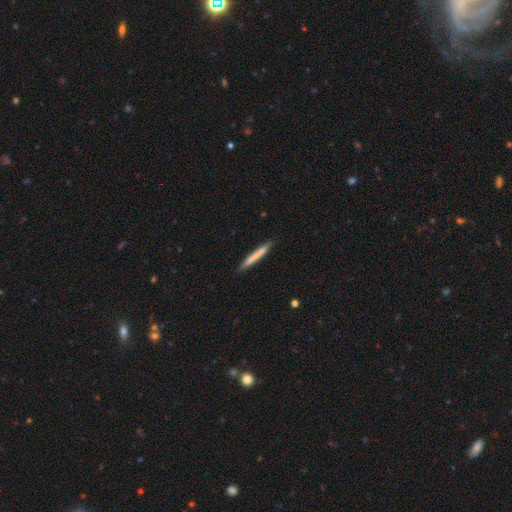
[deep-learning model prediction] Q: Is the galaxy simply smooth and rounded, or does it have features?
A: smooth — 71%.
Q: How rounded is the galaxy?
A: cigar-shaped — 97%.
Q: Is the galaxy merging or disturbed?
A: none — 89%.